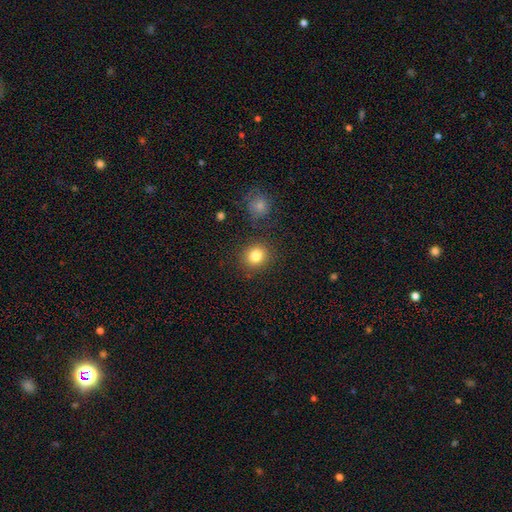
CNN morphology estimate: type=smooth (83%); roundness=round (83%); merging=none (85%).